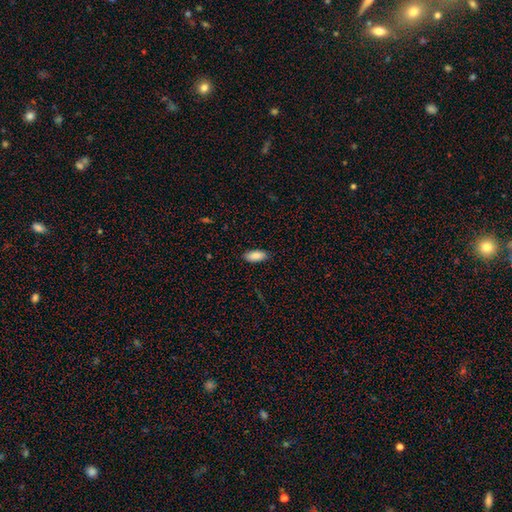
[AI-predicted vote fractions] Smooth or featured? smooth (87%)
How rounded? in between (89%)
Merging? none (88%)